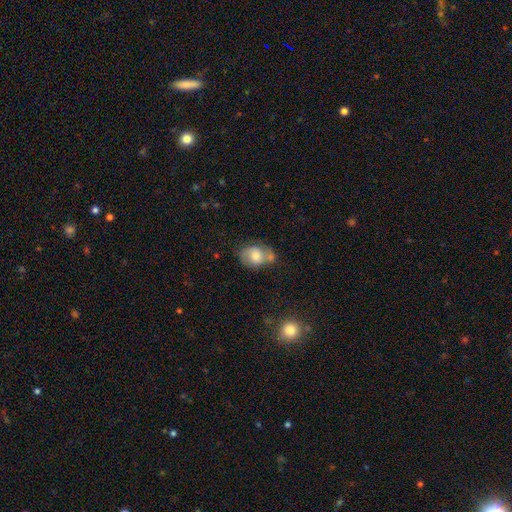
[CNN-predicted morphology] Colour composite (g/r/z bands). It shows a smooth galaxy with no disk features (58%) that is in between round and cigar-shaped (63%). Merging: none (42%).